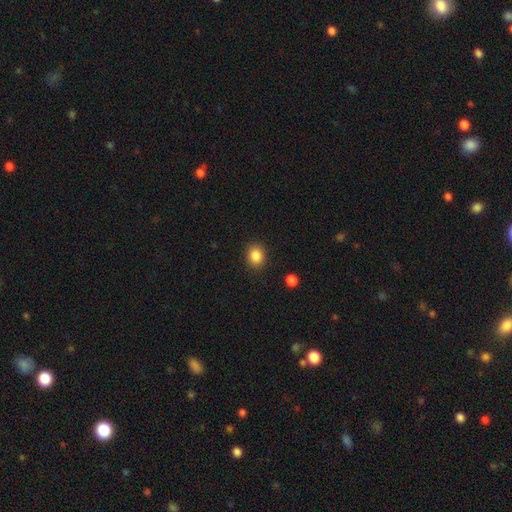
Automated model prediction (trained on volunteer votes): This is clearly a smooth galaxy (86%). How rounded: likely round (61%). Merging: clearly none (88%).